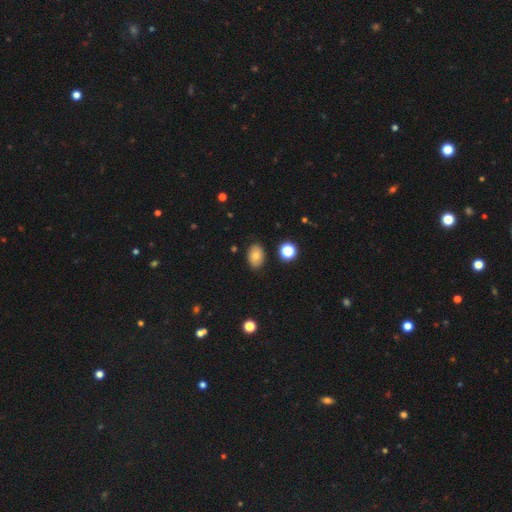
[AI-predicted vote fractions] Q: Smooth or featured?
A: smooth (76%); runner-up: featured or disk (13%)
Q: How rounded?
A: in between (82%); runner-up: round (17%)
Q: Merging?
A: none (86%); runner-up: minor disturbance (10%)